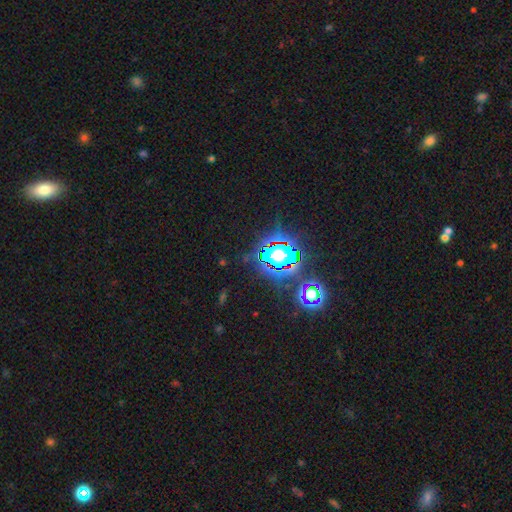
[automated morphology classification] This appears to be a star or artifact, not a galaxy (80%).